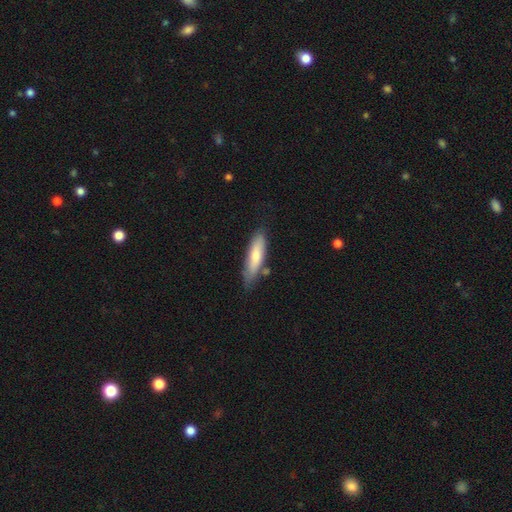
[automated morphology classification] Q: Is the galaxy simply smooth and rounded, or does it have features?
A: smooth — 70%.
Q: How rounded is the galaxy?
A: cigar-shaped — 66%.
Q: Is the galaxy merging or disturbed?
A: none — 71%.